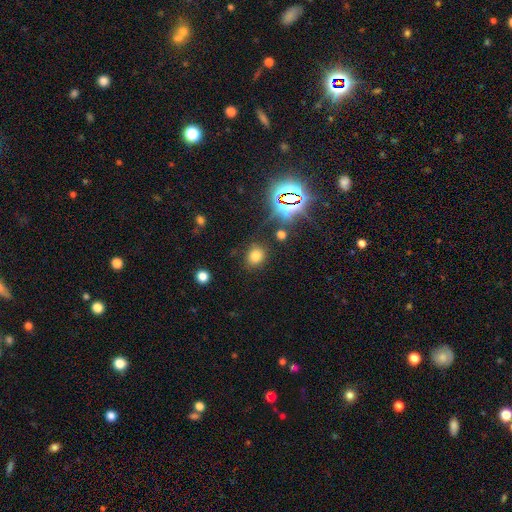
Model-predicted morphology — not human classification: Smooth or featured?
  - smooth: 70% *
  - star or artifact: 23%
  - featured or disk: 7%
How rounded?
  - round: 62% *
  - in between: 37%
  - cigar-shaped: 1%
Merging?
  - none: 81% *
  - minor disturbance: 12%
  - major disturbance: 5%
  - merger: 3%